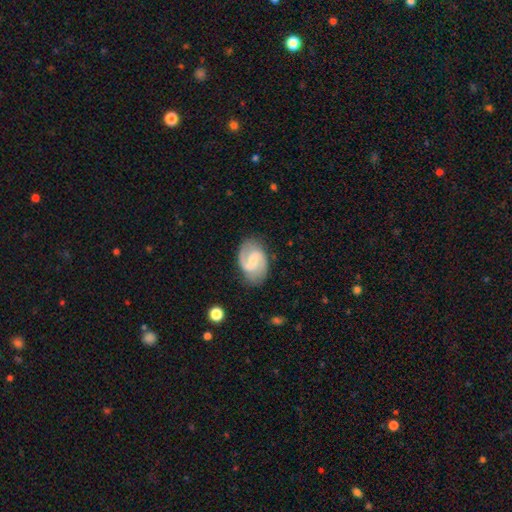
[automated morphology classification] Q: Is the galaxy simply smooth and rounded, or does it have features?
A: featured or disk — 83%.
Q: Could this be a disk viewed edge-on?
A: no — 98%.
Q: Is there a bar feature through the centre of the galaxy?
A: weak — 57%.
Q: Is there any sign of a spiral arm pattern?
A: yes — 96%.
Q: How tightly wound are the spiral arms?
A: medium — 53%.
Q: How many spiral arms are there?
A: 2 — 90%.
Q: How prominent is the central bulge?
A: small — 54%.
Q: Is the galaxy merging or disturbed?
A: none — 77%.